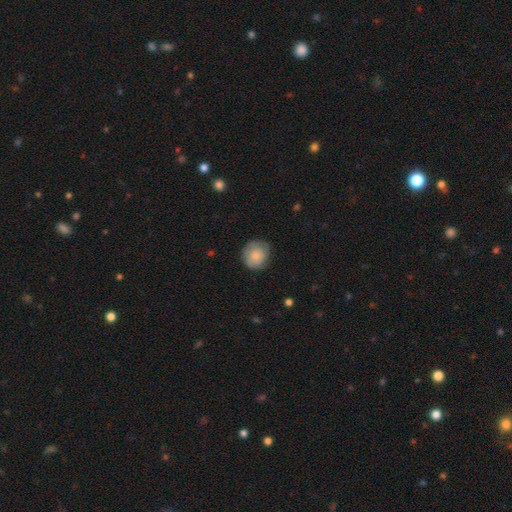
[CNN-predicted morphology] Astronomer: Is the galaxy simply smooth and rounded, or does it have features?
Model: smooth — 76%.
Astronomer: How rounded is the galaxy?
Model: round — 83%.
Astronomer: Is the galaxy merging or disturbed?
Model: none — 72%.